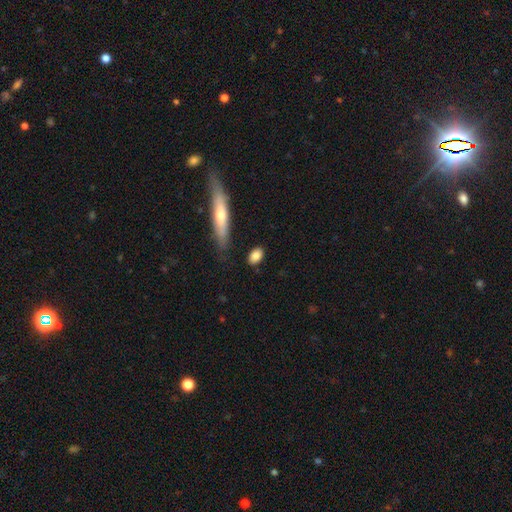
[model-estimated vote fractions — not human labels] Q: Smooth or featured?
A: smooth (84%); runner-up: featured or disk (9%)
Q: How rounded?
A: in between (80%); runner-up: round (13%)
Q: Merging?
A: none (82%); runner-up: minor disturbance (12%)